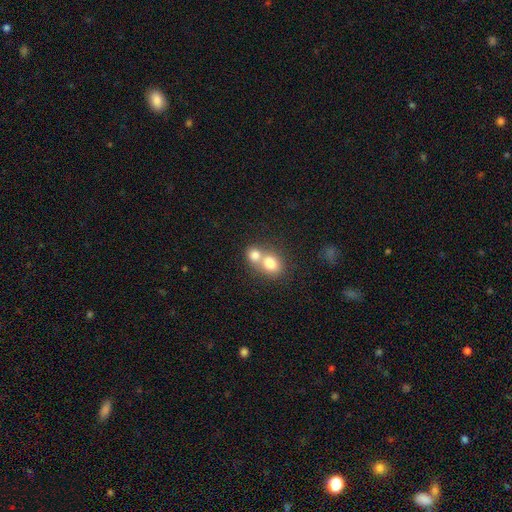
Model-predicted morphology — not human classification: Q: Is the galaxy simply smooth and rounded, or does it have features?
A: smooth — 64%.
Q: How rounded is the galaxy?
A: round — 72%.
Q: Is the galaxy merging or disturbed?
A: none — 46%.